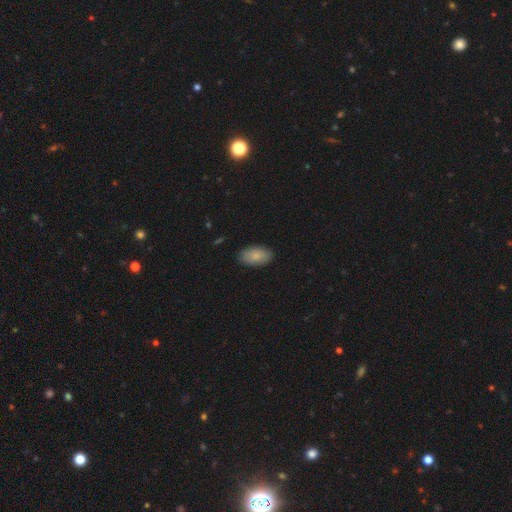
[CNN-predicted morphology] Smooth or featured: smooth — 84% (featured or disk — 10%)
How rounded: in between — 94% (round — 4%)
Merging: none — 87% (minor disturbance — 10%)